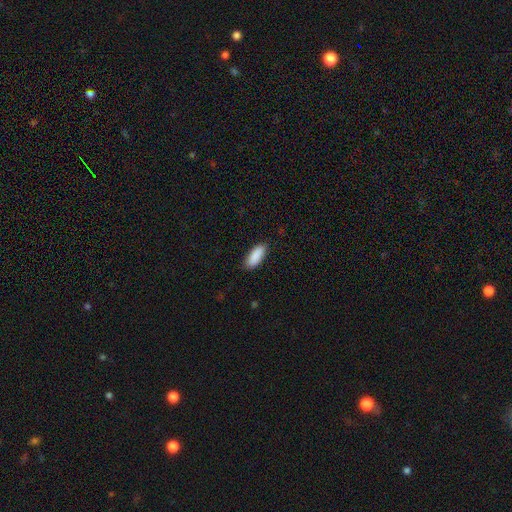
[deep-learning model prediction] This is clearly a smooth galaxy (90%). How rounded: likely in between (72%). Merging: clearly none (86%).